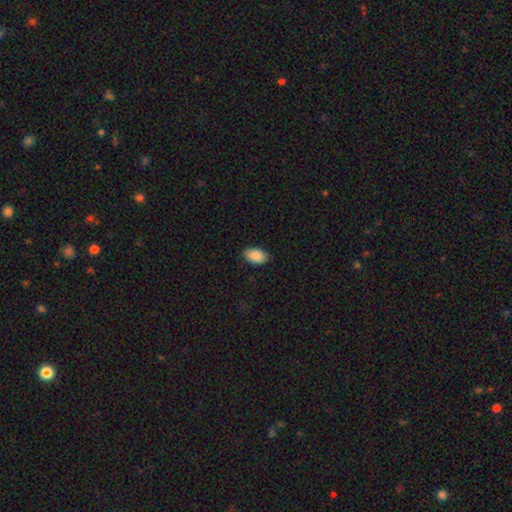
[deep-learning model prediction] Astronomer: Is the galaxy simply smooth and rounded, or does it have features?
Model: smooth — 90%.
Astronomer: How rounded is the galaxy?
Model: in between — 93%.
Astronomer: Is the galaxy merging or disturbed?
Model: none — 88%.